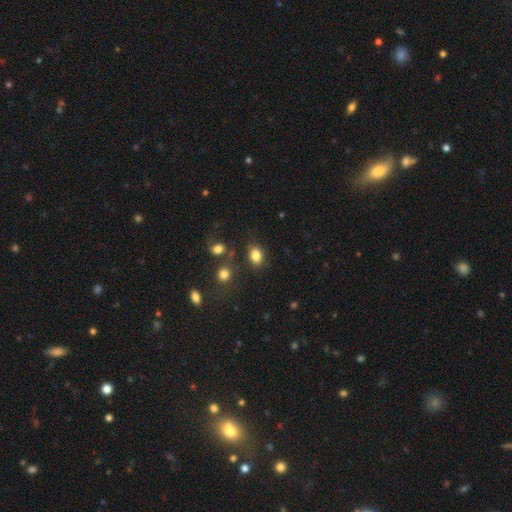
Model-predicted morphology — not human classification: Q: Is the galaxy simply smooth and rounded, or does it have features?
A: smooth — 83%.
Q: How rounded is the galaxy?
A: in between — 67%.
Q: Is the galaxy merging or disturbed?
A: none — 75%.